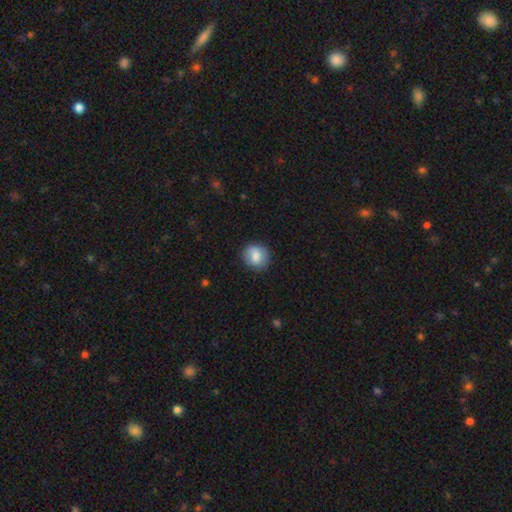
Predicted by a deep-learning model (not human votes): Q: Smooth or featured?
A: smooth (81%); runner-up: featured or disk (11%)
Q: How rounded?
A: round (82%); runner-up: in between (17%)
Q: Merging?
A: none (86%); runner-up: minor disturbance (11%)